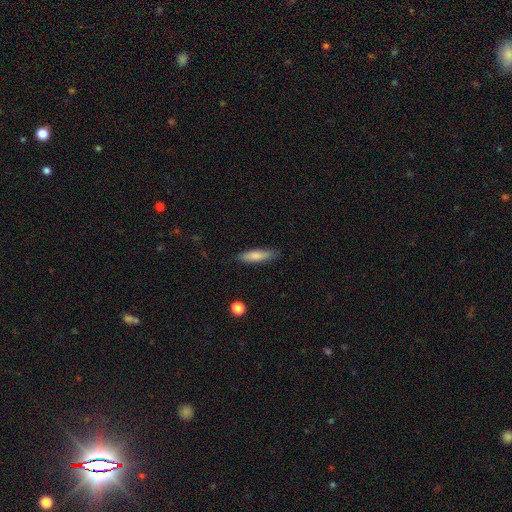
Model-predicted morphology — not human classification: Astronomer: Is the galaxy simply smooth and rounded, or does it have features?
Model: smooth — 80%.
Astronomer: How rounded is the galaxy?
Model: cigar-shaped — 67%.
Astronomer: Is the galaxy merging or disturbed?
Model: none — 83%.